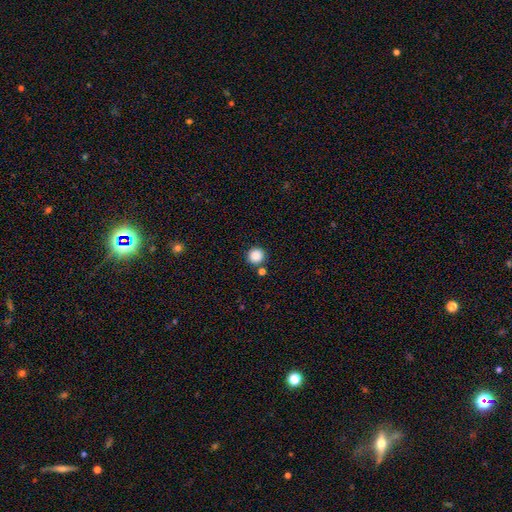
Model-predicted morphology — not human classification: A smooth galaxy with no disk features (87%) that is round (95%).

Vote fractions:
- Smooth or featured? smooth: 87% / star or artifact: 10% / featured or disk: 3%
- How rounded? round: 95% / in between: 4% / cigar-shaped: 1%
- Merging? none: 85% / minor disturbance: 6% / merger: 6% / major disturbance: 2%